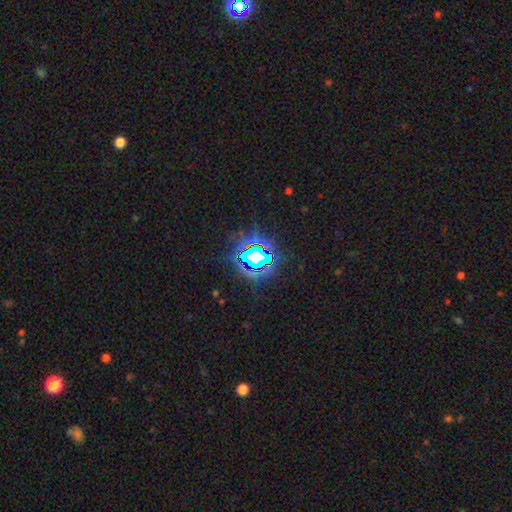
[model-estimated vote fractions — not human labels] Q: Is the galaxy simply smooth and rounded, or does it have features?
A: star or artifact — 80%.